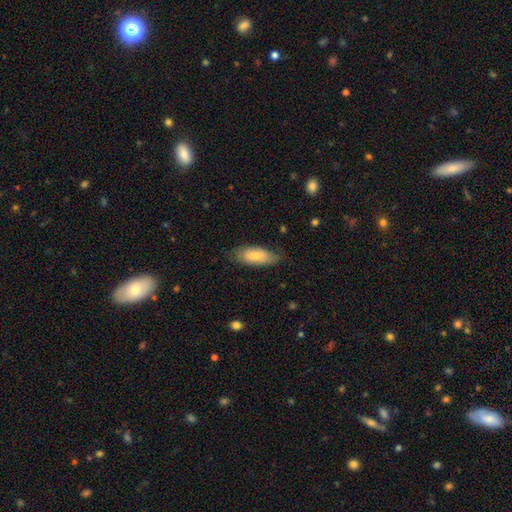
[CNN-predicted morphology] smooth 82%, featured or disk 13%, star or artifact 6%. Down the decision tree: how rounded — in between (80%); merging — none (75%).